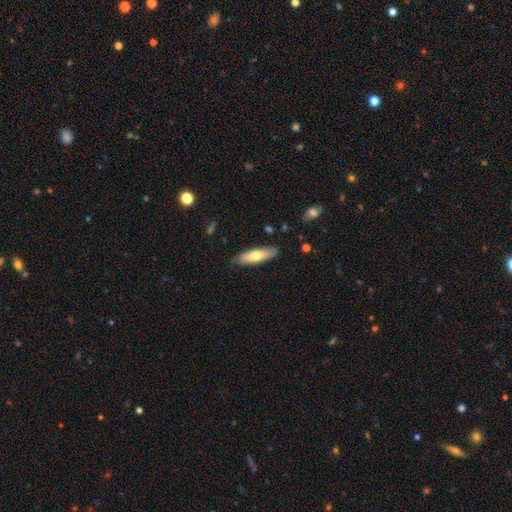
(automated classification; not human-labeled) smooth_or_featured: smooth (p=0.63) [alt: featured or disk p=0.31]
how_rounded: cigar-shaped (p=0.55) [alt: in between p=0.43]
merging: none (p=0.83) [alt: minor disturbance p=0.13]